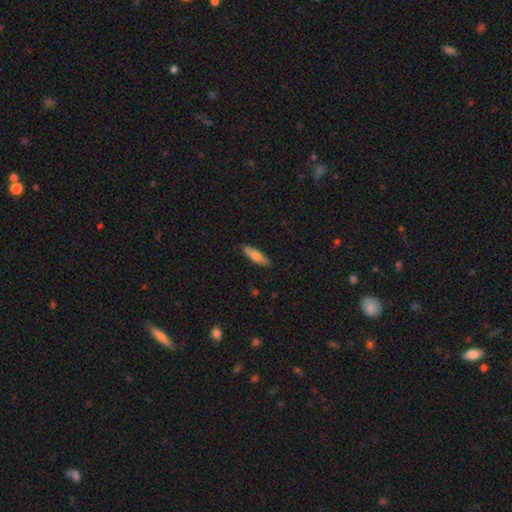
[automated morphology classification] type=smooth (71%); roundness=cigar-shaped (57%); merging=none (89%).